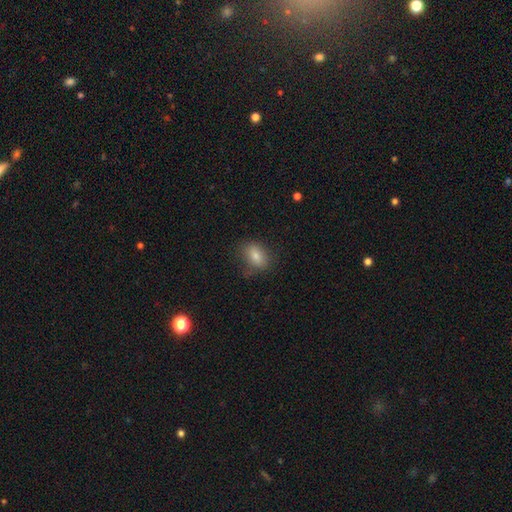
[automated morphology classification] This appears to be a smooth galaxy with no disk features (76%) that is in between round and cigar-shaped (79%). Merging: none (73%).